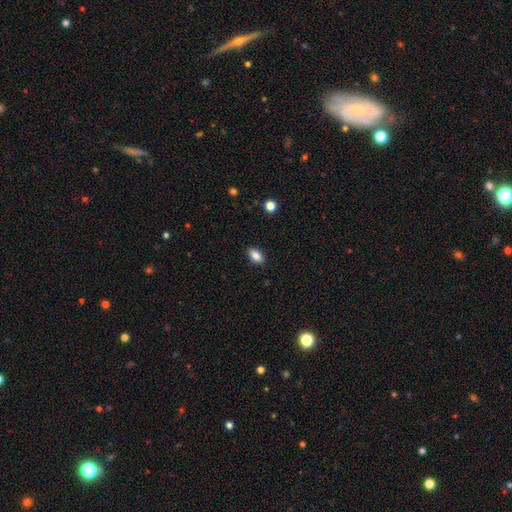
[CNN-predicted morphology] Smooth or featured?
  - smooth: 85% *
  - star or artifact: 9%
  - featured or disk: 6%
How rounded?
  - in between: 89% *
  - round: 8%
  - cigar-shaped: 4%
Merging?
  - none: 88% *
  - minor disturbance: 9%
  - major disturbance: 2%
  - merger: 1%